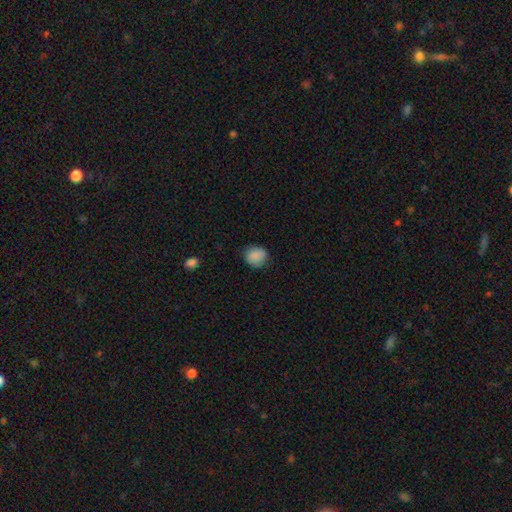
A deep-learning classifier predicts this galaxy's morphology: Smooth or featured? Predicted: smooth (p=0.87). How rounded? Predicted: round (p=0.75). Merging? Predicted: none (p=0.78).